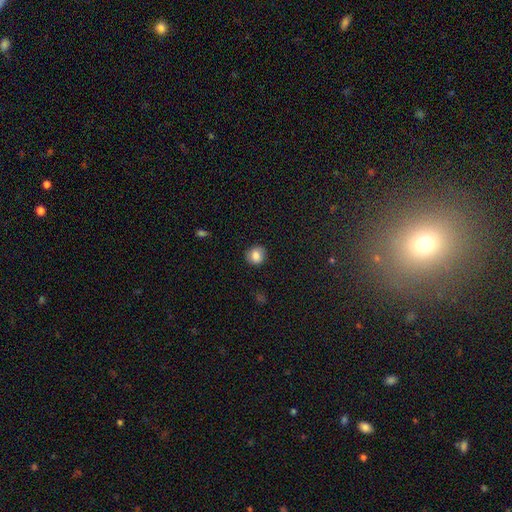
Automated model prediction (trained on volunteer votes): Q: Smooth or featured?
A: smooth (84%); runner-up: star or artifact (9%)
Q: How rounded?
A: round (85%); runner-up: in between (14%)
Q: Merging?
A: none (88%); runner-up: minor disturbance (9%)